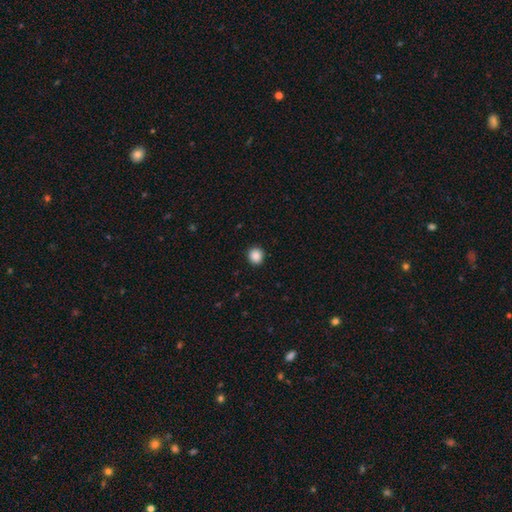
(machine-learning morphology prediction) smooth-or-featured: smooth: 88% | star or artifact: 9% | featured or disk: 2%
  how-rounded: round: 91% | in between: 8% | cigar-shaped: 1%
  merging: none: 93% | minor disturbance: 5% | major disturbance: 2% | merger: 1%